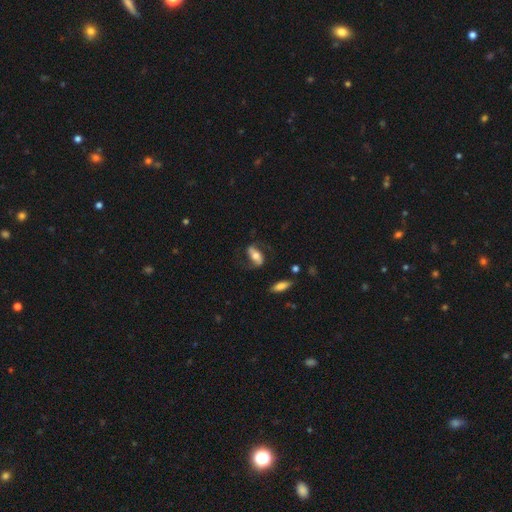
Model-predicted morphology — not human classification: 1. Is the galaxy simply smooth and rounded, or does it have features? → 50% featured or disk, 42% smooth, 7% star or artifact.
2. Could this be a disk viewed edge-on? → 82% no, 18% yes.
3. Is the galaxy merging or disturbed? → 62% none, 21% minor disturbance, 15% major disturbance, 2% merger.